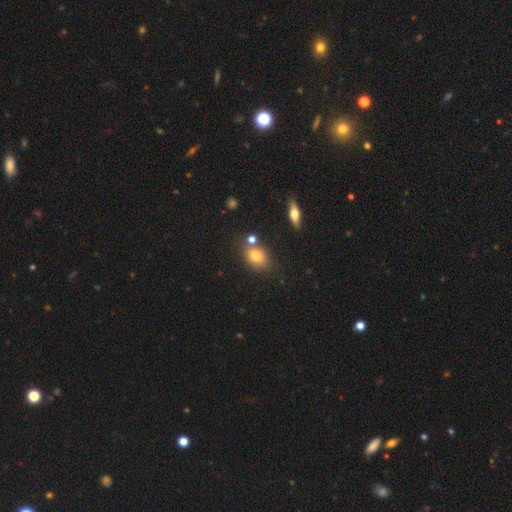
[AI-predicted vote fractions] smooth-or-featured: smooth: 76% | featured or disk: 12% | star or artifact: 11%
  how-rounded: in between: 62% | round: 35% | cigar-shaped: 2%
  merging: none: 68% | merger: 14% | minor disturbance: 14% | major disturbance: 4%